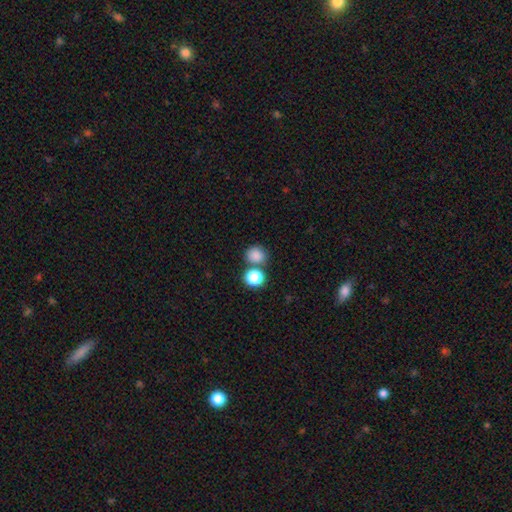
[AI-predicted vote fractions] smooth_or_featured: smooth (p=0.82) [alt: star or artifact p=0.13]
how_rounded: round (p=0.83) [alt: in between p=0.16]
merging: none (p=0.65) [alt: merger p=0.23]